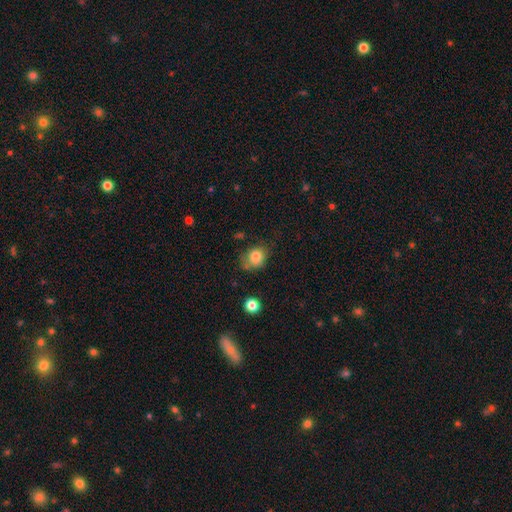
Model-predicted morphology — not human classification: Smooth or featured?
  - smooth: 81% *
  - star or artifact: 11%
  - featured or disk: 9%
How rounded?
  - round: 65% *
  - in between: 34%
  - cigar-shaped: 1%
Merging?
  - none: 56% *
  - minor disturbance: 27%
  - major disturbance: 10%
  - merger: 7%